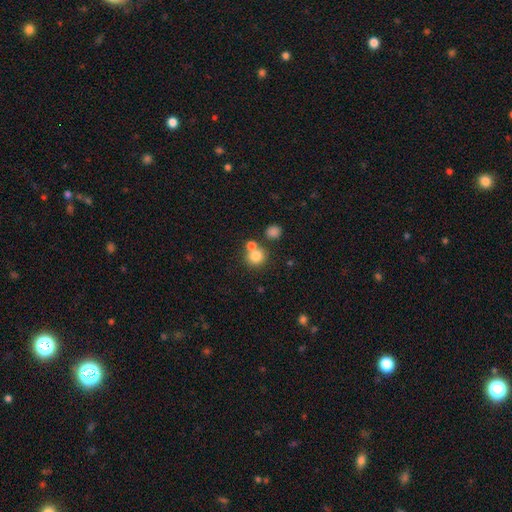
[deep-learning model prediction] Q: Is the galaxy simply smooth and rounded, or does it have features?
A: smooth — 79%.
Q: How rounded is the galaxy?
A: round — 88%.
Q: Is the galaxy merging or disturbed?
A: none — 58%.